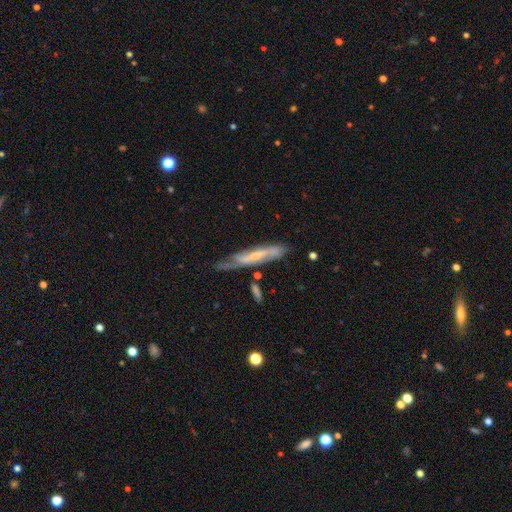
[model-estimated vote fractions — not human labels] Overall: featured or disk (69%). Edge-on disk: no (51%; yes 49%). Merging: none (56%; minor disturbance 27%).